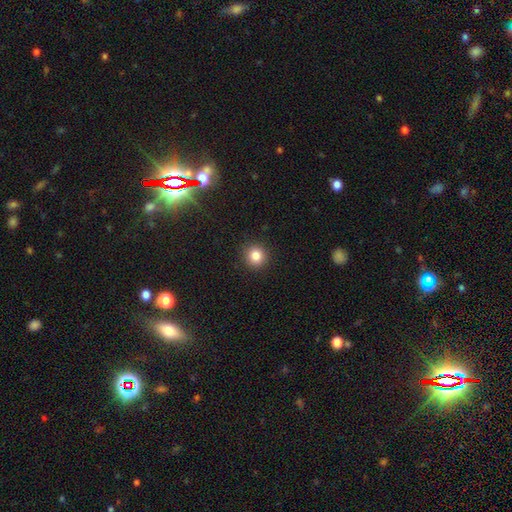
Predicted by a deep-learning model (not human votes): smooth 83%, star or artifact 11%, featured or disk 5%. Down the decision tree: how rounded — round (92%); merging — none (92%).